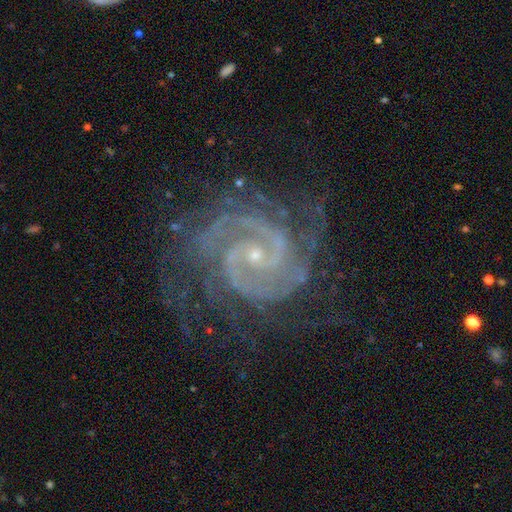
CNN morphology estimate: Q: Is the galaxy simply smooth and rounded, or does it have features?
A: featured or disk — 92%.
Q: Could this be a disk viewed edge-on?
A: no — 98%.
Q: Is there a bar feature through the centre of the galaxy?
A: no — 51%.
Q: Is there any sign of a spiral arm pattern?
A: yes — 99%.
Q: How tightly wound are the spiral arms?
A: tight — 63%.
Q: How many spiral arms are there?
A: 2 — 73%.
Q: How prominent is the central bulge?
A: small — 81%.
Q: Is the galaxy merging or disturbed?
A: none — 69%.